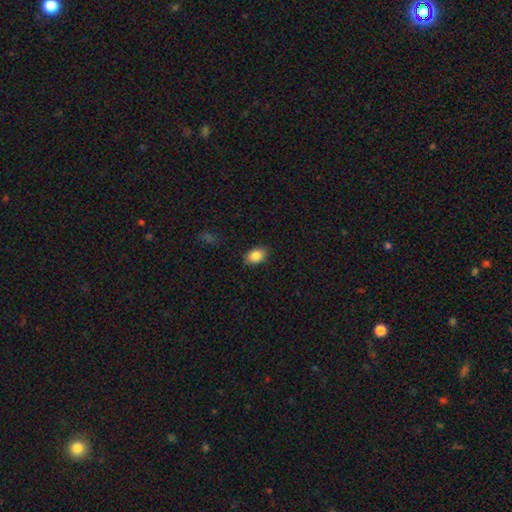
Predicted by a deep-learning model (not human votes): This appears to be a smooth galaxy with no disk features (86%) that is in between round and cigar-shaped (80%). Merging: none (87%).